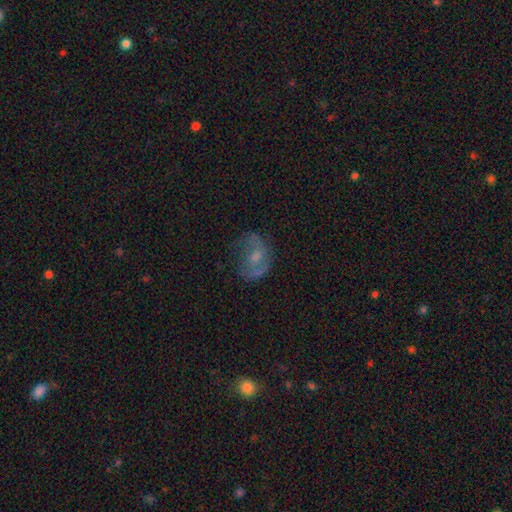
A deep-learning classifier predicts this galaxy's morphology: Smooth or featured? Predicted: featured or disk (p=0.60). Edge-on disk? Predicted: no (p=0.96). Bar? Predicted: no (p=0.59). Spiral arms? Predicted: yes (p=0.70). Bulge size? Predicted: moderate (p=0.43). Merging? Predicted: none (p=0.55).